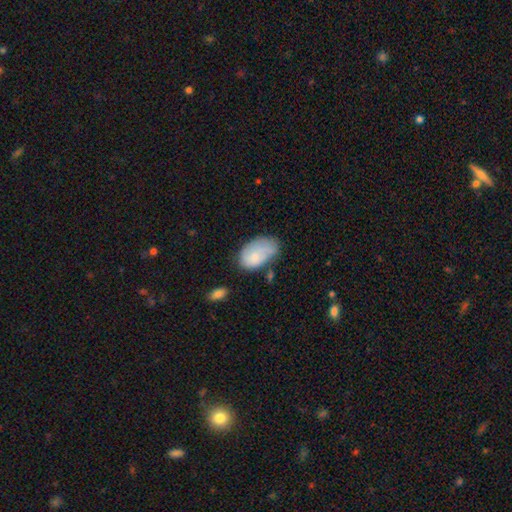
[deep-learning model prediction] A smooth galaxy with no disk features (75%) that is in between round and cigar-shaped (93%). Merging: none (40%).